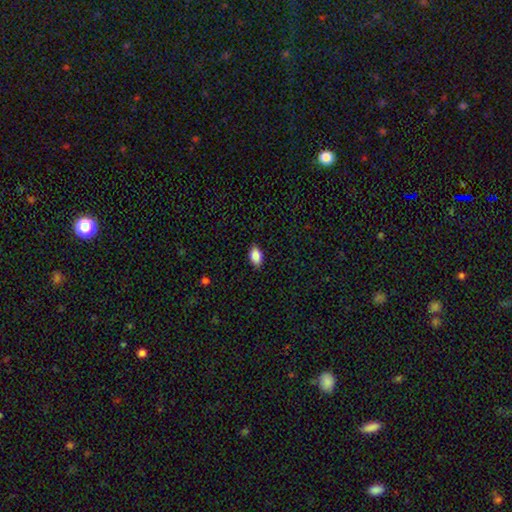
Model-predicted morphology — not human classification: This appears to be a smooth galaxy with no disk features (87%) that is in between round and cigar-shaped (90%). Merging: none (88%).